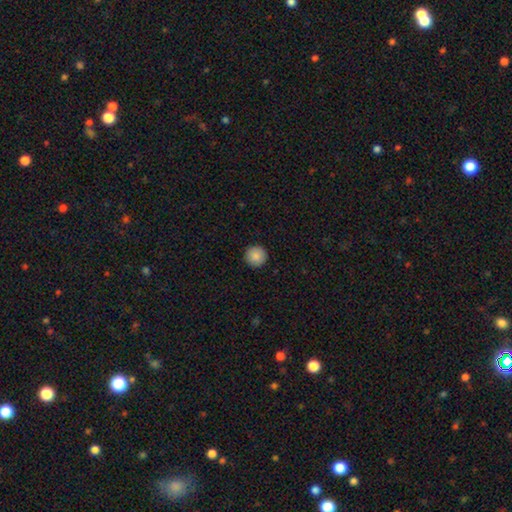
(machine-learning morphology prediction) type=smooth (88%); roundness=round (96%); merging=none (93%).